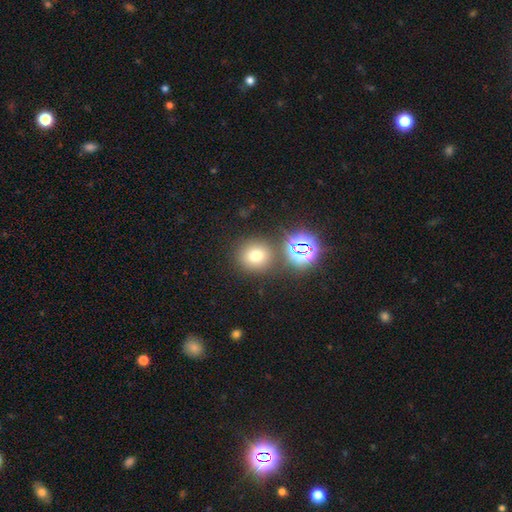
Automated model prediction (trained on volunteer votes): Morphology: type=smooth (69%); roundness=round (88%); merging=none (79%).